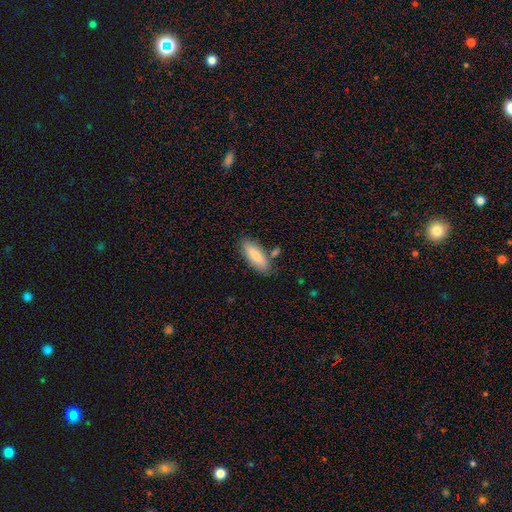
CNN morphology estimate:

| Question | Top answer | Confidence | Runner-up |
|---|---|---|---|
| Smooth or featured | smooth | 80% | featured or disk (14%) |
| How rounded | in between | 66% | cigar-shaped (33%) |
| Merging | none | 75% | minor disturbance (15%) |